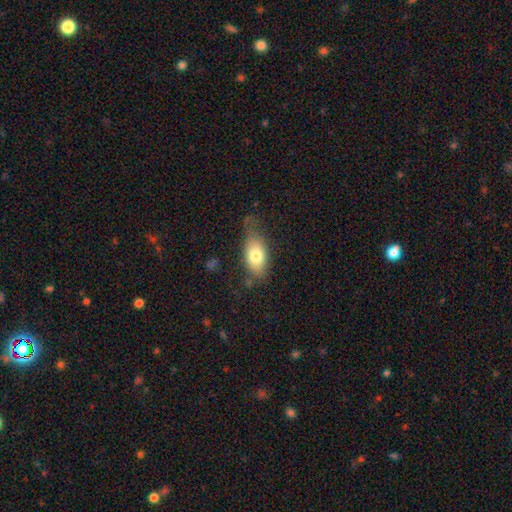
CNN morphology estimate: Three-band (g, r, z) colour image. It shows a smooth galaxy with no disk features (76%) that is in between round and cigar-shaped (88%). Merging: none (58%).